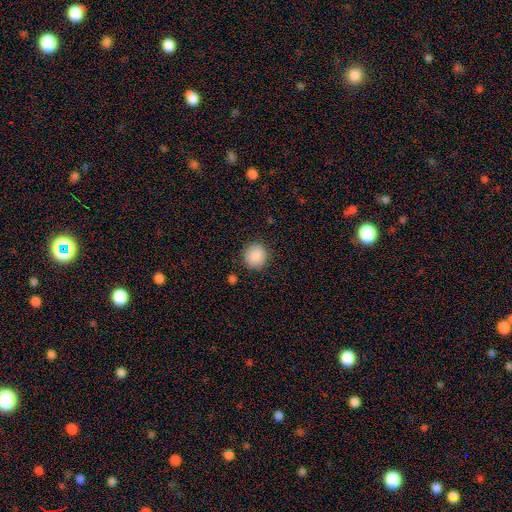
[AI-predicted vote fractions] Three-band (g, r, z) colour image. It shows a smooth galaxy with no disk features (87%) that is round (93%). Merging: none (89%).